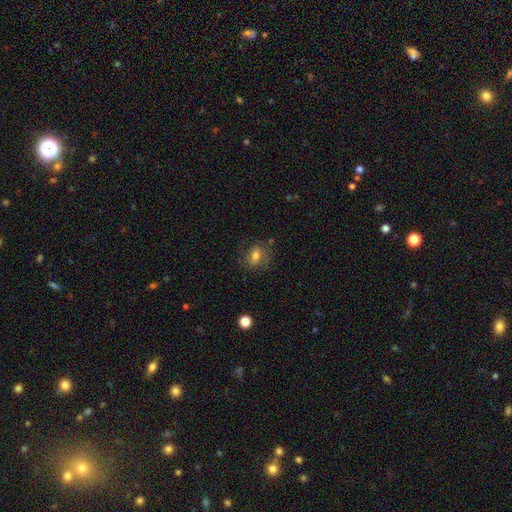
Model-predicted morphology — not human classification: Overall: smooth (62%; featured or disk 26%). How rounded: in between (54%; round 44%). Merging: none (70%).